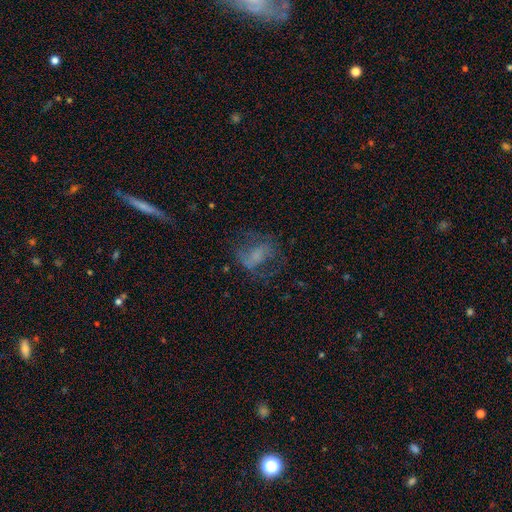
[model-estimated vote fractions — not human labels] Smooth or featured: featured or disk — 46% (smooth — 39%)
Merging: none — 47% (major disturbance — 31%)